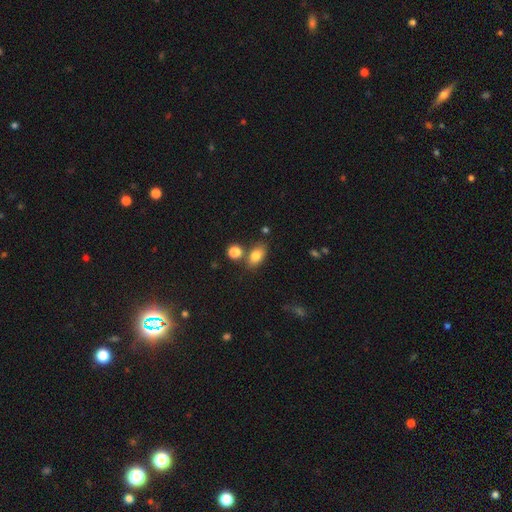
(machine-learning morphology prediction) This is clearly a smooth galaxy (81%). How rounded: clearly in between (83%). Merging: likely none (62%).